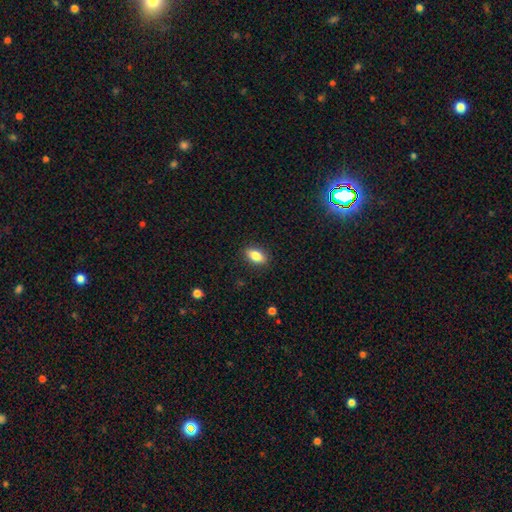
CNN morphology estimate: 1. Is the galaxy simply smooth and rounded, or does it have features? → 83% smooth, 10% featured or disk, 8% star or artifact.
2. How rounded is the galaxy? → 87% in between, 7% cigar-shaped, 6% round.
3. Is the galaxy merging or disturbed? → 88% none, 9% minor disturbance, 2% major disturbance, 1% merger.